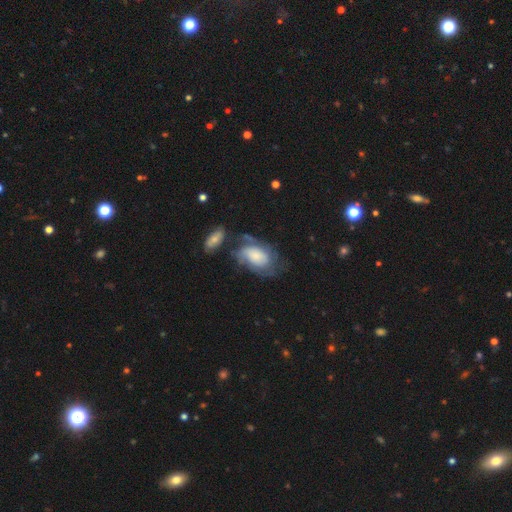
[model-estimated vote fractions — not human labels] Q: Smooth or featured?
A: featured or disk (54%); runner-up: smooth (38%)
Q: Edge-on disk?
A: no (96%); runner-up: yes (4%)
Q: Bar?
A: no (75%); runner-up: weak (21%)
Q: Spiral arms?
A: yes (79%); runner-up: no (21%)
Q: Bulge size?
A: large (31%); runner-up: small (28%)
Q: Merging?
A: none (38%); runner-up: major disturbance (24%)